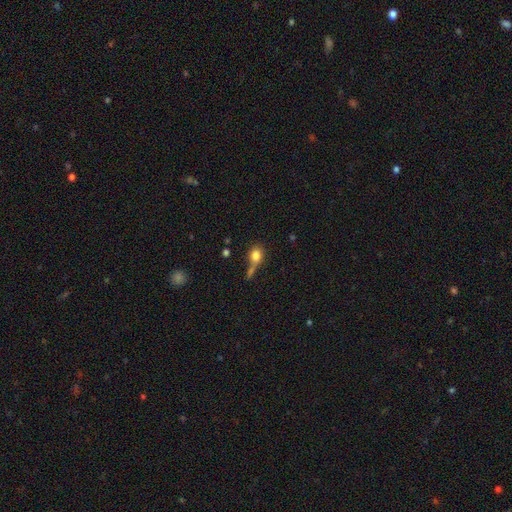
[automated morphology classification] Q: Smooth or featured?
A: smooth (79%); runner-up: star or artifact (10%)
Q: How rounded?
A: round (48%); tied with: in between (48%)
Q: Merging?
A: none (41%); runner-up: merger (29%)